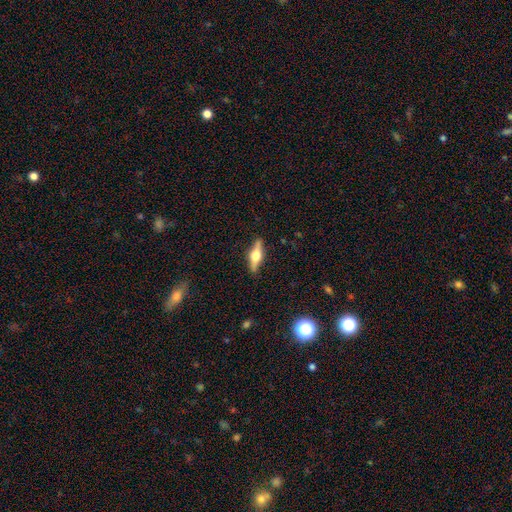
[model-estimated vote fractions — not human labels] smooth-or-featured: featured or disk: 66% | smooth: 28% | star or artifact: 6%
  disk-edge-on: yes: 96% | no: 4%
    edge-on-bulge: rounded: 94% | boxy: 4% | none: 1%
  merging: none: 88% | minor disturbance: 9% | major disturbance: 2% | merger: 1%